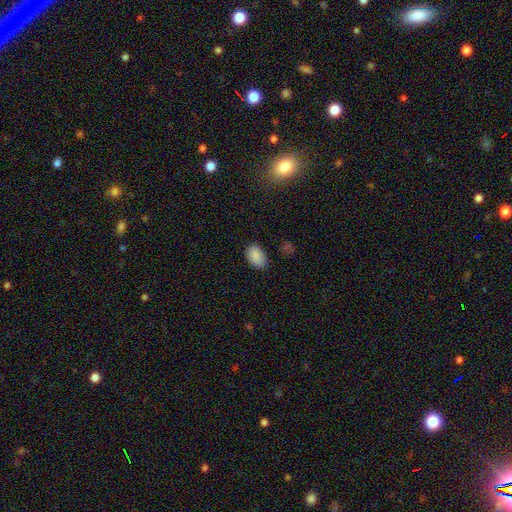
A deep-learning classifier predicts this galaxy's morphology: smooth_or_featured: smooth (p=0.89) [alt: star or artifact p=0.08]
how_rounded: in between (p=0.90) [alt: round p=0.09]
merging: none (p=0.83) [alt: minor disturbance p=0.13]